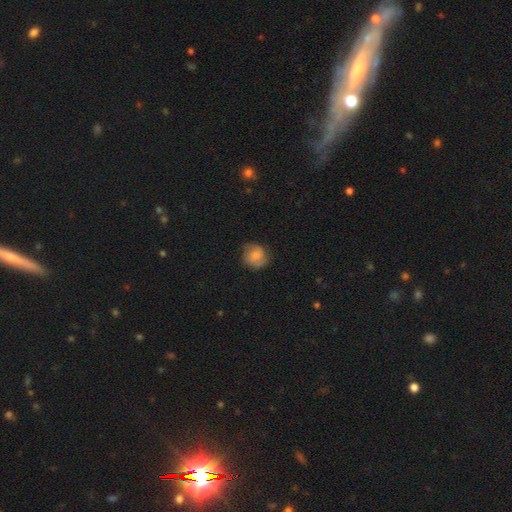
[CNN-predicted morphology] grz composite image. It shows a smooth galaxy with no disk features (53%) that is round (80%). Merging: none (72%).